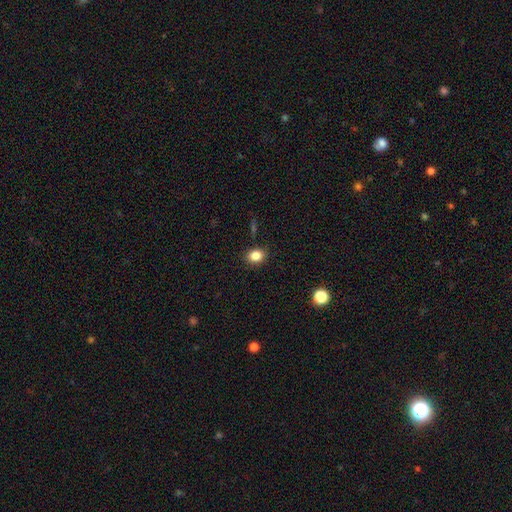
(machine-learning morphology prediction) smooth-or-featured: smooth: 84% | star or artifact: 11% | featured or disk: 5%
  how-rounded: round: 50% | in between: 49% | cigar-shaped: 1%
  merging: none: 86% | minor disturbance: 9% | major disturbance: 2% | merger: 2%